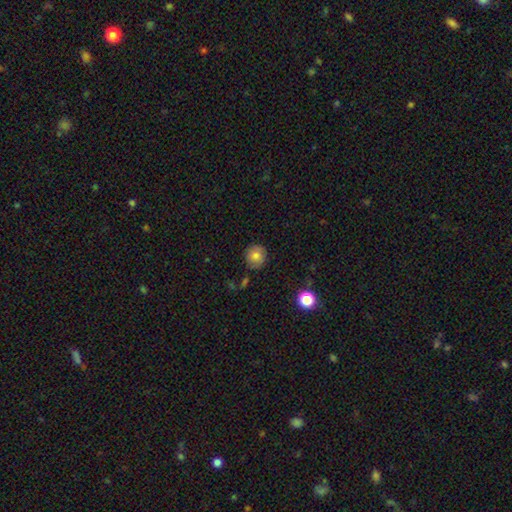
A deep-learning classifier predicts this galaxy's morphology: smooth 78%, featured or disk 12%, star or artifact 10%. Down the decision tree: how rounded — round (92%); merging — none (85%).